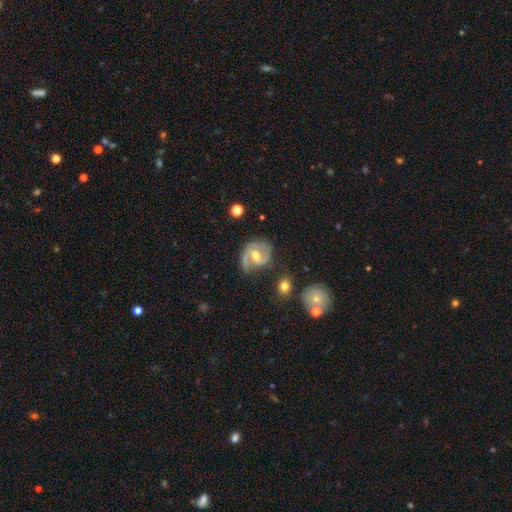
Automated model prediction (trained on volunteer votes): Smooth or featured?
  - featured or disk: 84% *
  - smooth: 11%
  - star or artifact: 6%
Edge-on disk?
  - no: 98% *
  - yes: 2%
Bar?
  - weak: 51% *
  - no: 31%
  - strong: 18%
Spiral arms?
  - yes: 95% *
  - no: 5%
Spiral winding?
  - medium: 53% *
  - tight: 26%
  - loose: 21%
Spiral arm count?
  - 2: 79% *
  - 1: 10%
  - can't tell: 6%
  - 3: 3%
  - 4: 1%
  - more than 4: 1%
Bulge size?
  - moderate: 67% *
  - small: 26%
  - large: 4%
  - none: 2%
  - dominant: 1%
Merging?
  - none: 60% *
  - minor disturbance: 23%
  - major disturbance: 13%
  - merger: 4%